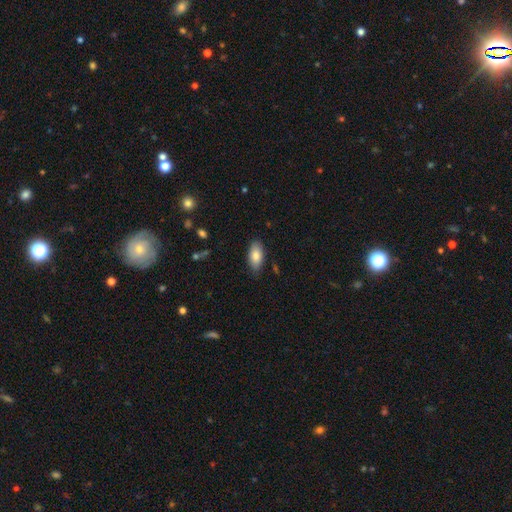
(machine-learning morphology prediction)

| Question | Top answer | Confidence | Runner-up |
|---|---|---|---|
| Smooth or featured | smooth | 84% | featured or disk (10%) |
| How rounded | in between | 92% | cigar-shaped (6%) |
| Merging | none | 82% | minor disturbance (15%) |